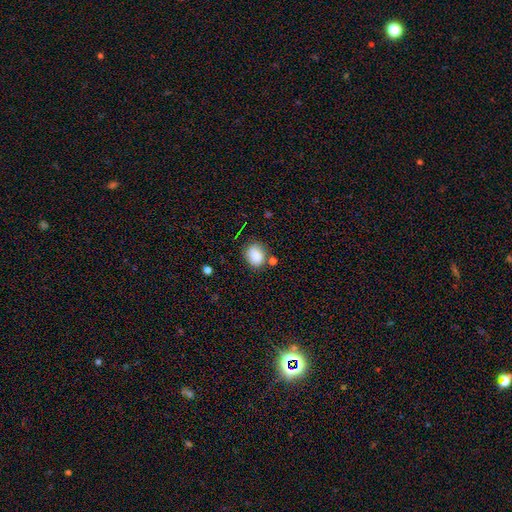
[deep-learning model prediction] Smooth or featured: smooth — 84% (star or artifact — 9%)
How rounded: round — 55% (in between — 44%)
Merging: none — 69% (minor disturbance — 17%)